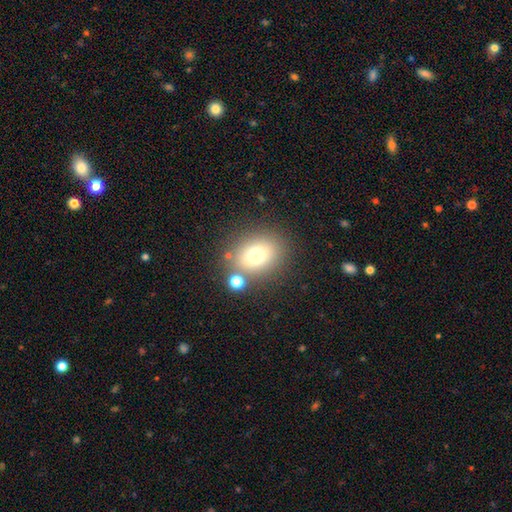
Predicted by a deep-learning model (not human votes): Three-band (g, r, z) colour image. It shows a smooth galaxy with no disk features (73%) that is round (54%). Merging: none (75%).